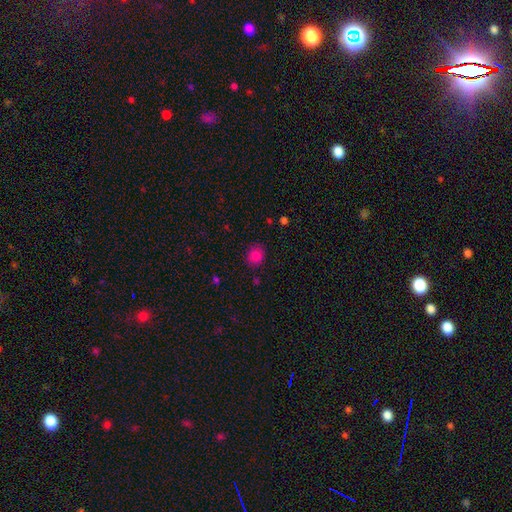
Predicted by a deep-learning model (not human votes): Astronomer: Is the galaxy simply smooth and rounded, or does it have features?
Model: smooth — 83%.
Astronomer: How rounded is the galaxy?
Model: round — 67%.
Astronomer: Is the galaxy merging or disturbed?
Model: none — 85%.